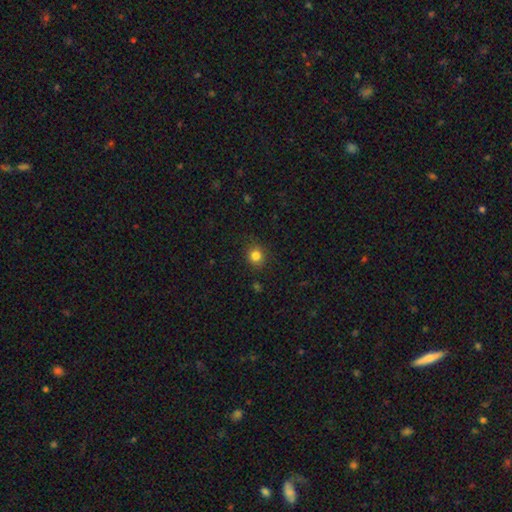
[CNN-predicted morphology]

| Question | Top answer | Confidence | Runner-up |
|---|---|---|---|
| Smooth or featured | smooth | 83% | star or artifact (12%) |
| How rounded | round | 88% | in between (11%) |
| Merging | none | 88% | minor disturbance (9%) |